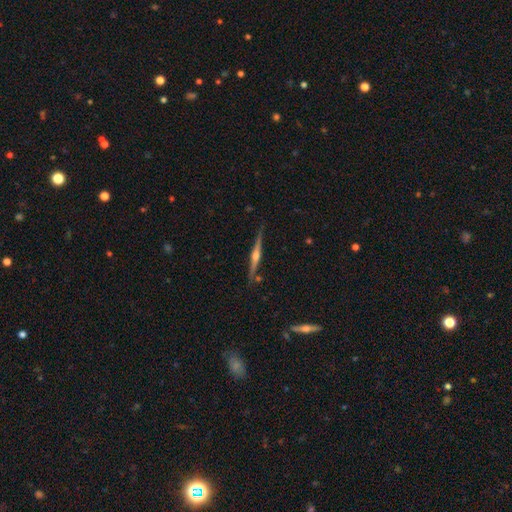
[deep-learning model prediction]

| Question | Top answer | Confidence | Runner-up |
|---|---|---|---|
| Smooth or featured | featured or disk | 79% | smooth (15%) |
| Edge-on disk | yes | 98% | no (2%) |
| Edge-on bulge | rounded | 90% | boxy (6%) |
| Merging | none | 85% | minor disturbance (10%) |